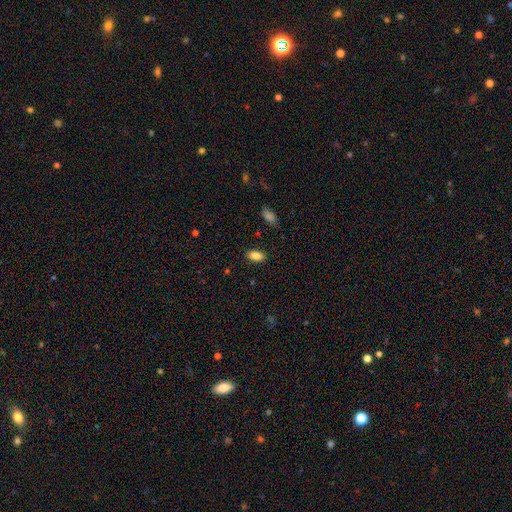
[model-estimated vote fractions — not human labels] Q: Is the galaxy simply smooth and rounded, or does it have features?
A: smooth — 86%.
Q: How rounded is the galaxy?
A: in between — 91%.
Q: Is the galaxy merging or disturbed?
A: none — 87%.